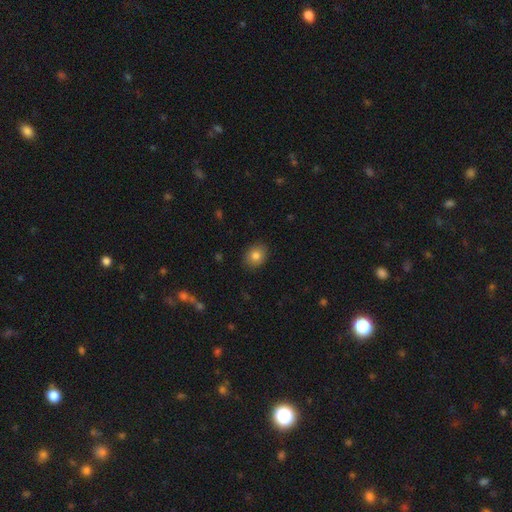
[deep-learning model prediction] Morphology: type=smooth (82%); roundness=round (55%); merging=none (88%).